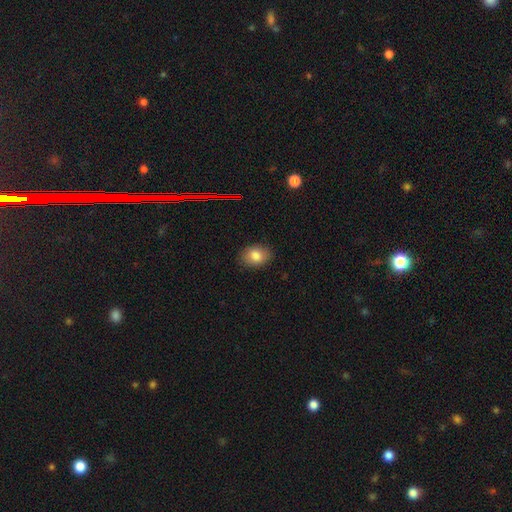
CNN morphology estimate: Smooth or featured? smooth (81%)
How rounded? in between (67%)
Merging? none (86%)